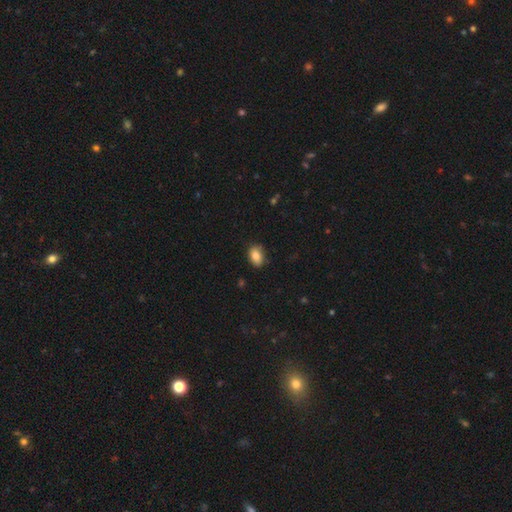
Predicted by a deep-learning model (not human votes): Smooth or featured? smooth (84%)
How rounded? in between (86%)
Merging? none (82%)